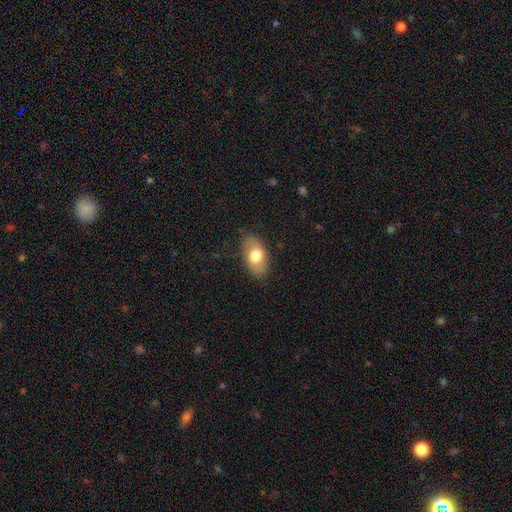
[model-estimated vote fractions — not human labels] smooth 70%, featured or disk 23%, star or artifact 7%. Down the decision tree: how rounded — in between (91%); merging — none (81%).